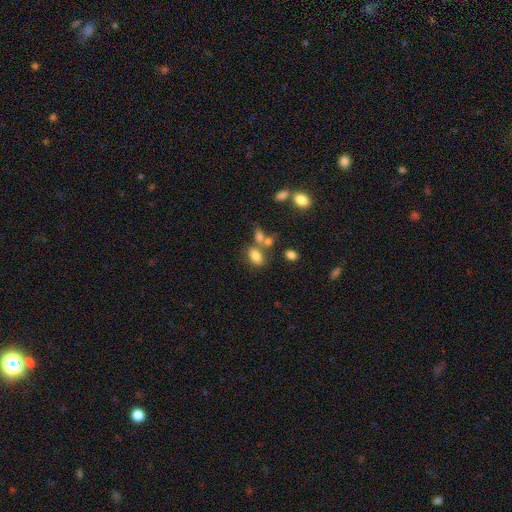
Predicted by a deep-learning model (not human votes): Morphology: type=smooth (79%); roundness=in between (86%); merging=none (51%).